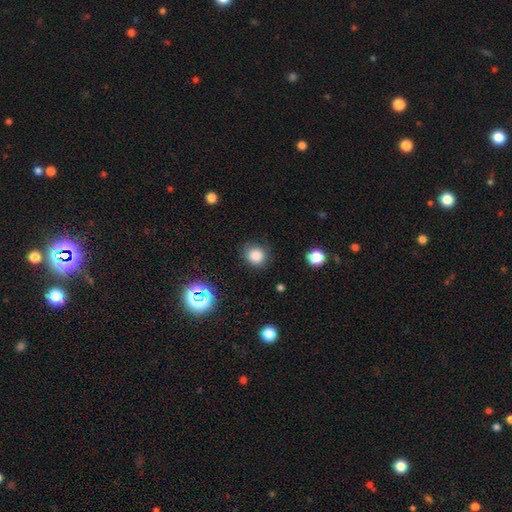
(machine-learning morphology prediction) A smooth galaxy with no disk features (83%) that is round (83%).

Vote fractions:
- Smooth or featured? smooth: 83% / star or artifact: 13% / featured or disk: 4%
- How rounded? round: 83% / in between: 16% / cigar-shaped: 1%
- Merging? none: 84% / minor disturbance: 11% / major disturbance: 4% / merger: 2%